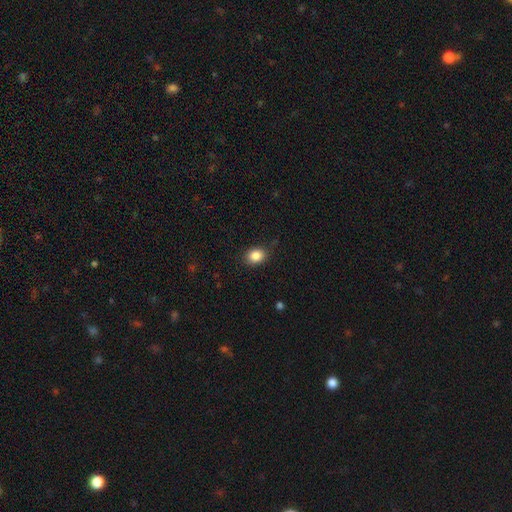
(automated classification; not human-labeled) Smooth or featured: smooth — 86% (star or artifact — 9%)
How rounded: in between — 54% (round — 45%)
Merging: none — 84% (minor disturbance — 12%)